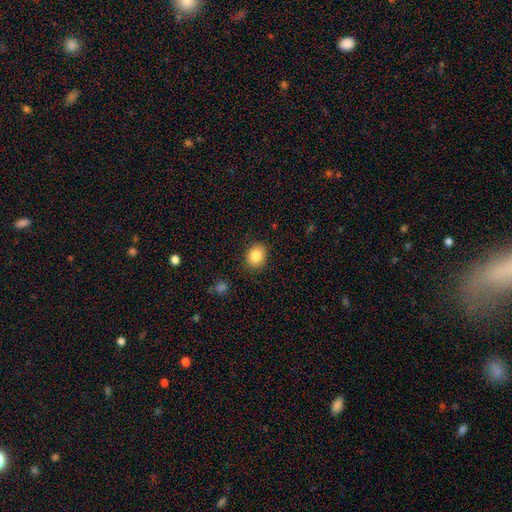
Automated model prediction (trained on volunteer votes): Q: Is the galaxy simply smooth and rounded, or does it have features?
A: smooth — 85%.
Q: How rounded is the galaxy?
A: round — 57%.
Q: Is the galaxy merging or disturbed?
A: none — 87%.